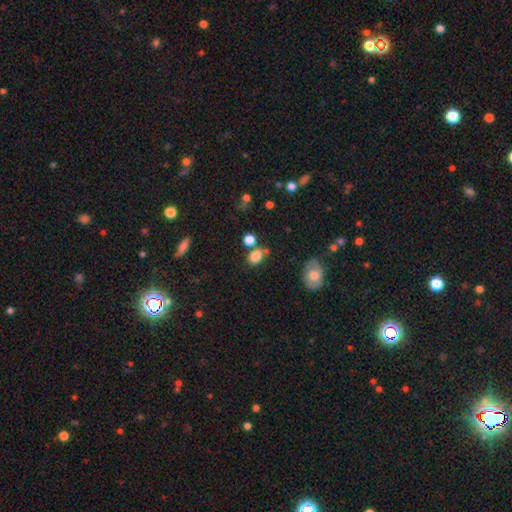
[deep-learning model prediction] This is clearly a smooth galaxy (82%). How rounded: possibly in between (59%). Merging: likely none (60%).